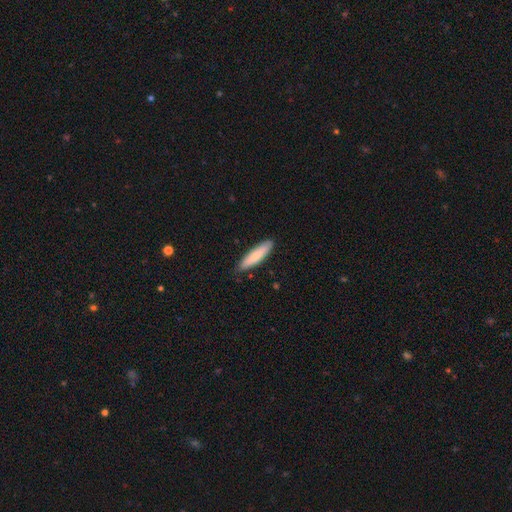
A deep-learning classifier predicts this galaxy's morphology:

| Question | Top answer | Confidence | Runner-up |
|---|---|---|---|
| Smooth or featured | smooth | 79% | featured or disk (15%) |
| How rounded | cigar-shaped | 76% | in between (22%) |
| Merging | none | 85% | minor disturbance (12%) |